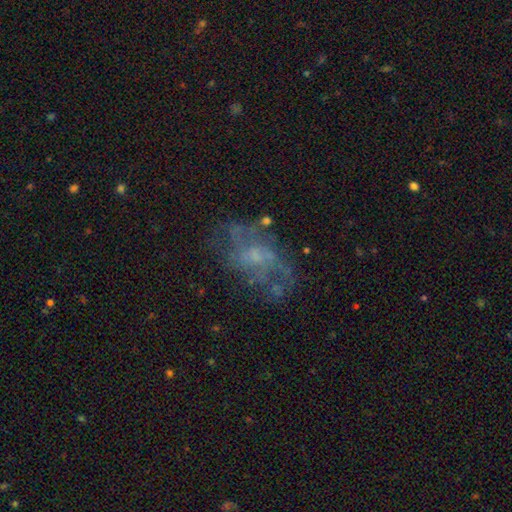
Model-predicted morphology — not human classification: smooth-or-featured: featured or disk: 65% | smooth: 21% | star or artifact: 15%
  disk-edge-on: no: 96% | yes: 4%
    bar: no: 70% | weak: 26% | strong: 4%
    has-spiral-arms: yes: 61% | no: 39%
    bulge-size: small: 52% | moderate: 25% | none: 19% | large: 2% | dominant: 1%
  merging: none: 57% | major disturbance: 20% | minor disturbance: 19% | merger: 4%